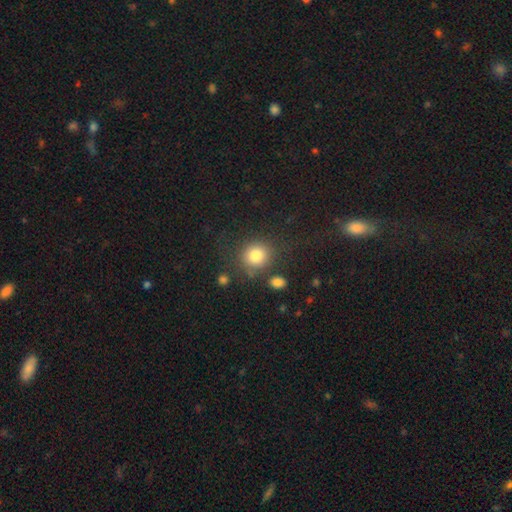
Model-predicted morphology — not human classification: Q: Smooth or featured?
A: smooth (82%); runner-up: star or artifact (11%)
Q: How rounded?
A: round (82%); runner-up: in between (17%)
Q: Merging?
A: none (75%); runner-up: minor disturbance (12%)